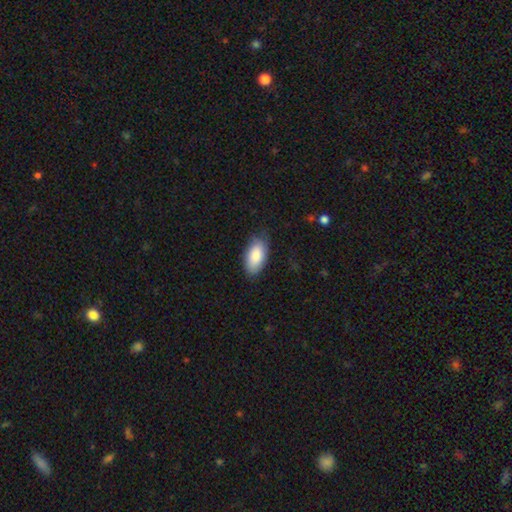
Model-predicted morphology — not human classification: type=smooth (85%); roundness=in between (94%); merging=none (74%).